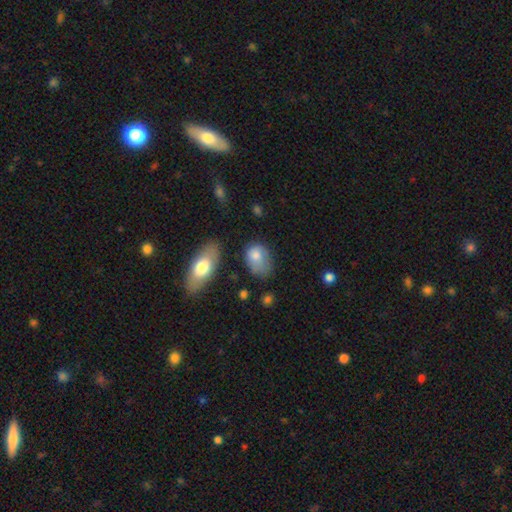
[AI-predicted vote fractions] The model was most divided on "merging": none: 42%, minor disturbance: 35%, major disturbance: 18%, merger: 5%. More confident: how rounded — in between (79%); smooth or featured — smooth (75%).